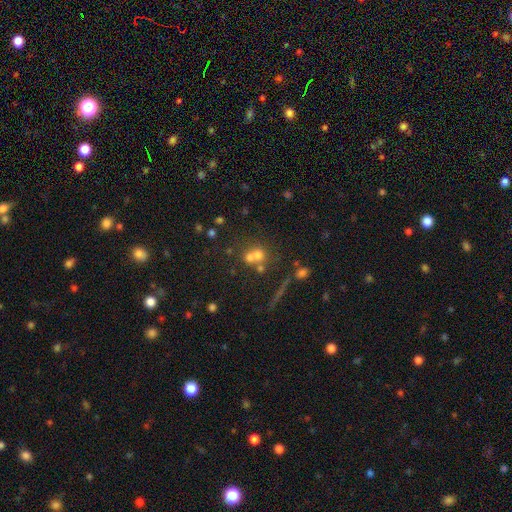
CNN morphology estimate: A smooth galaxy with no disk features (53%) that is round (81%). Merging: merger (51%).